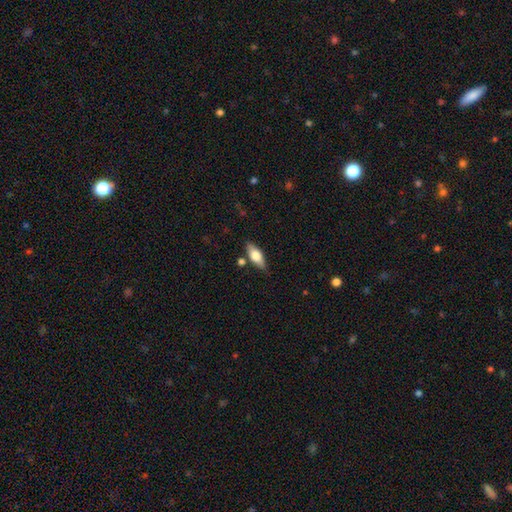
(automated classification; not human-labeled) Q: Smooth or featured?
A: smooth (64%); runner-up: featured or disk (29%)
Q: How rounded?
A: in between (75%); runner-up: cigar-shaped (22%)
Q: Merging?
A: none (80%); runner-up: minor disturbance (13%)